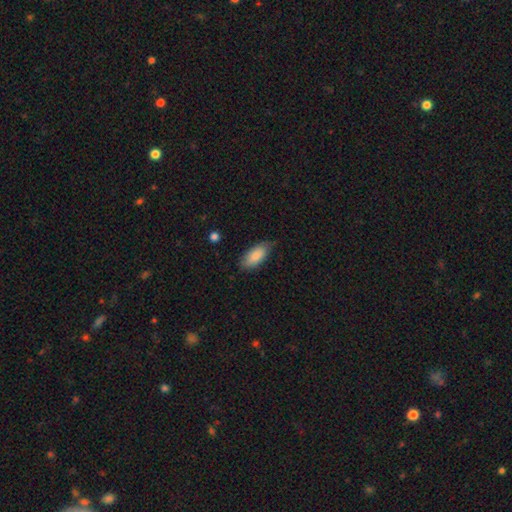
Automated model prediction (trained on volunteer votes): smooth_or_featured: smooth (p=0.85) [alt: featured or disk p=0.09]
how_rounded: in between (p=0.89) [alt: cigar-shaped p=0.09]
merging: none (p=0.71) [alt: minor disturbance p=0.24]